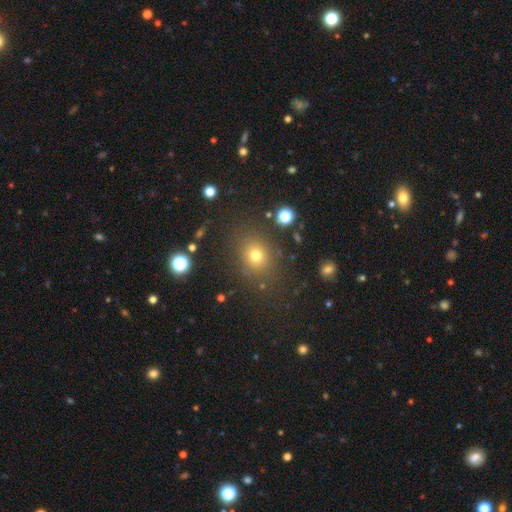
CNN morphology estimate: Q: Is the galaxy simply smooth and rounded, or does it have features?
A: smooth — 73%.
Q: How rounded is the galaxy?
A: round — 67%.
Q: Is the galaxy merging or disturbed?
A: none — 82%.